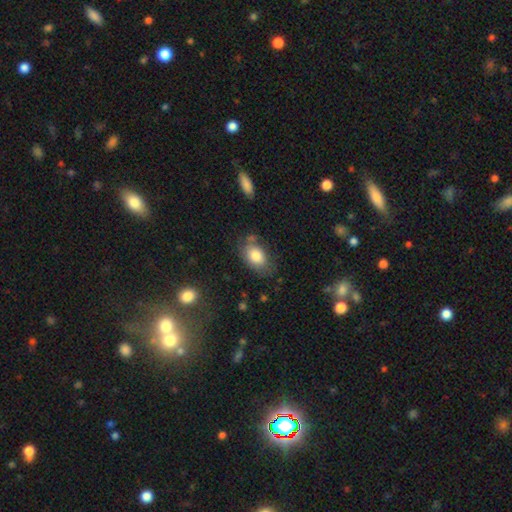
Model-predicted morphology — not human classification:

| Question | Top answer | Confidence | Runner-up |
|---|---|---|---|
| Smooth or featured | smooth | 82% | featured or disk (11%) |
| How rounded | in between | 85% | round (13%) |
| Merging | none | 65% | minor disturbance (22%) |